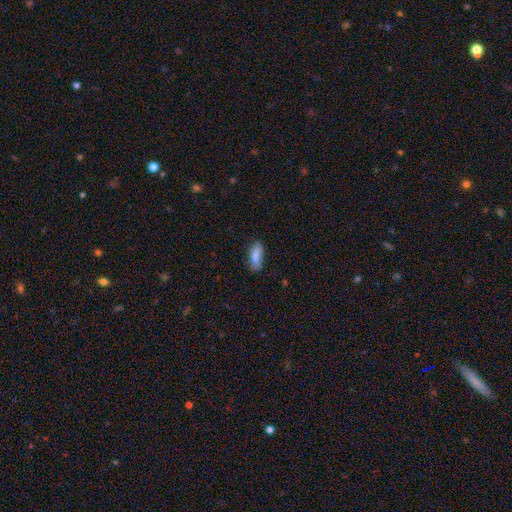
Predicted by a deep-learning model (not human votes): Smooth or featured: smooth — 82% (featured or disk — 10%)
How rounded: in between — 72% (cigar-shaped — 26%)
Merging: none — 65% (minor disturbance — 26%)